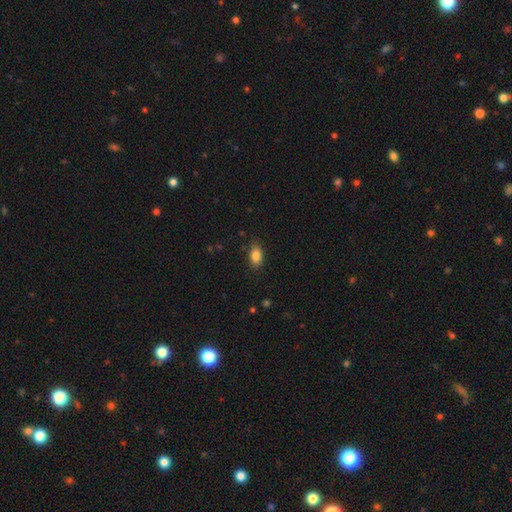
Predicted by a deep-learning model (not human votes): This is clearly a smooth galaxy (84%). How rounded: clearly in between (88%). Merging: clearly none (83%).